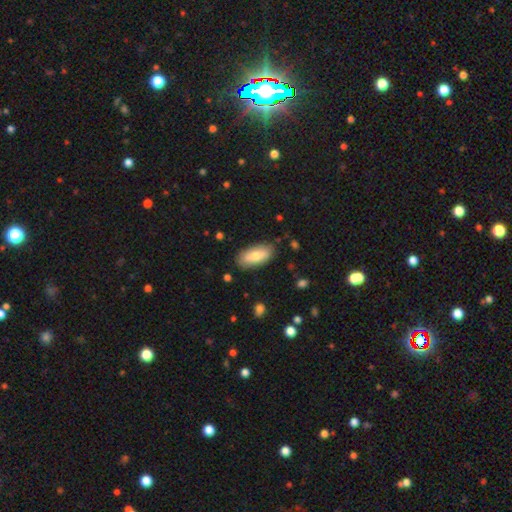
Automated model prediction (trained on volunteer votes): Morphology: type=smooth (75%); roundness=in between (88%); merging=none (84%).